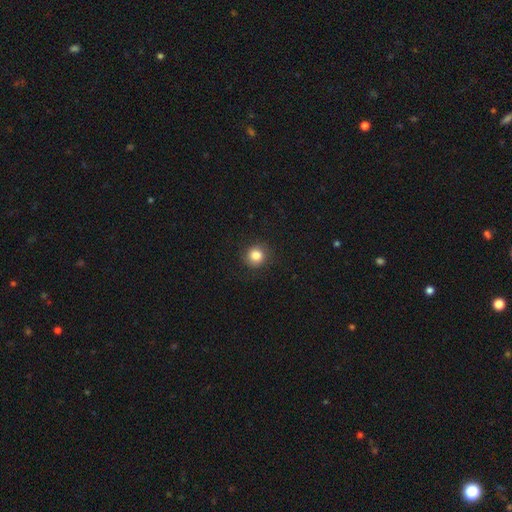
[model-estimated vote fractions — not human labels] smooth 85%, star or artifact 10%, featured or disk 5%. Down the decision tree: how rounded — round (90%); merging — none (88%).